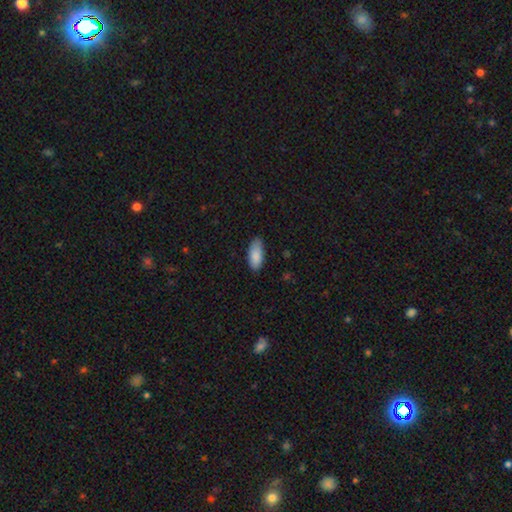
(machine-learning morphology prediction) smooth 87%, star or artifact 6%, featured or disk 6%. Down the decision tree: how rounded — in between (86%); merging — none (81%).